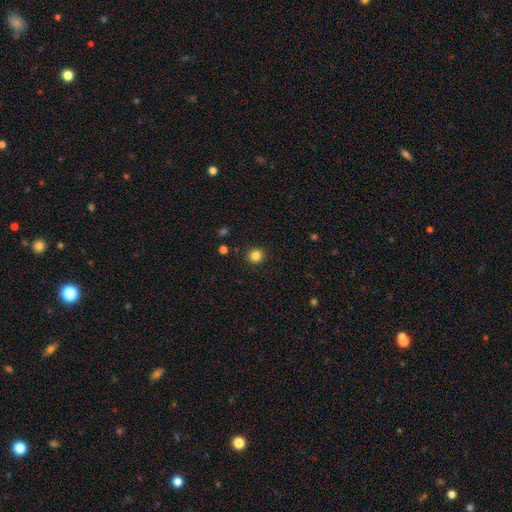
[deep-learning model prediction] smooth_or_featured: smooth (p=0.84) [alt: star or artifact p=0.12]
how_rounded: round (p=0.92) [alt: in between p=0.07]
merging: none (p=0.92) [alt: minor disturbance p=0.05]